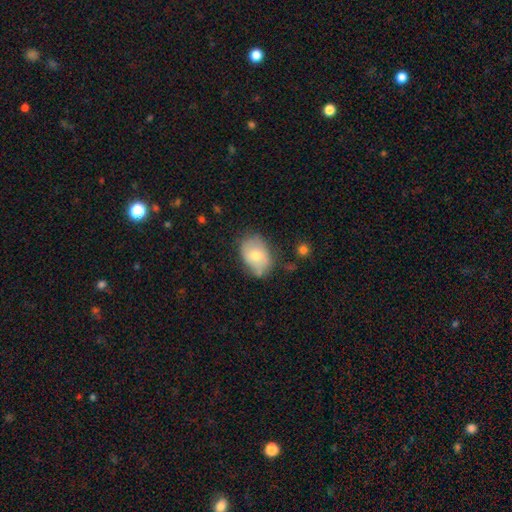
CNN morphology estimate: smooth 64%, featured or disk 29%, star or artifact 8%. Down the decision tree: how rounded — in between (77%); merging — none (63%).